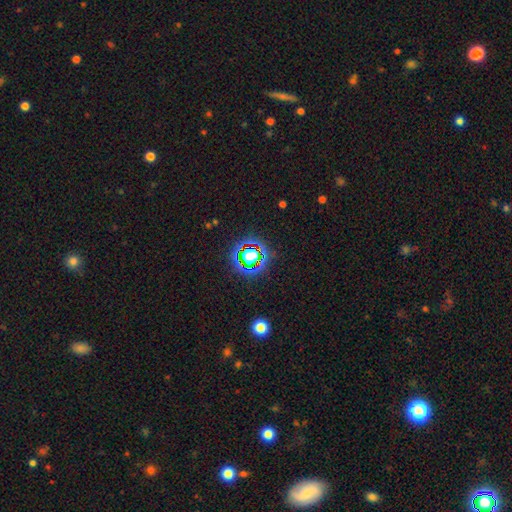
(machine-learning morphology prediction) A star or artifact, not a galaxy (79%).

Vote fractions:
- Smooth or featured? star or artifact: 79% / smooth: 14% / featured or disk: 8%